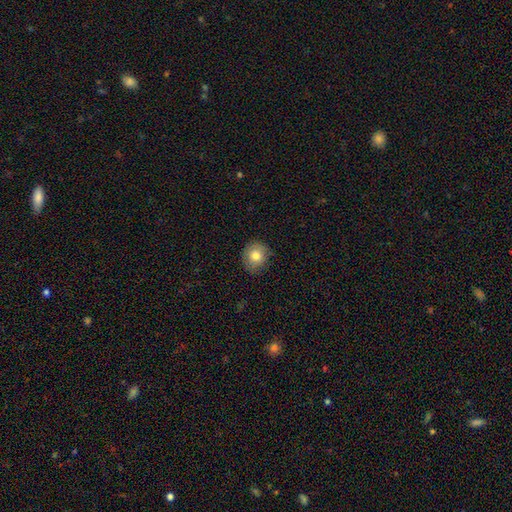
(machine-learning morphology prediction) Overall: smooth (80%). How rounded: round (84%). Merging: none (86%).